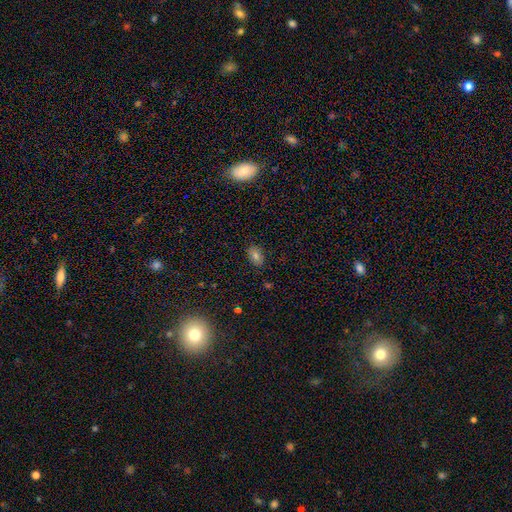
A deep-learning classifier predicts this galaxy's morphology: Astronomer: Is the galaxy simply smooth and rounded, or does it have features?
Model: smooth — 75%.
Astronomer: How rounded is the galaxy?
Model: in between — 88%.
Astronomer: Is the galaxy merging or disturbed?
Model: none — 85%.